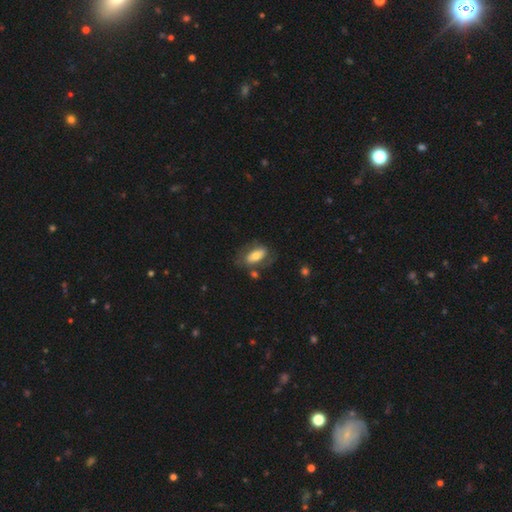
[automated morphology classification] The model was most divided on "smooth or featured": smooth: 60%, featured or disk: 34%, star or artifact: 7%. More confident: how rounded — in between (87%); merging — none (59%).